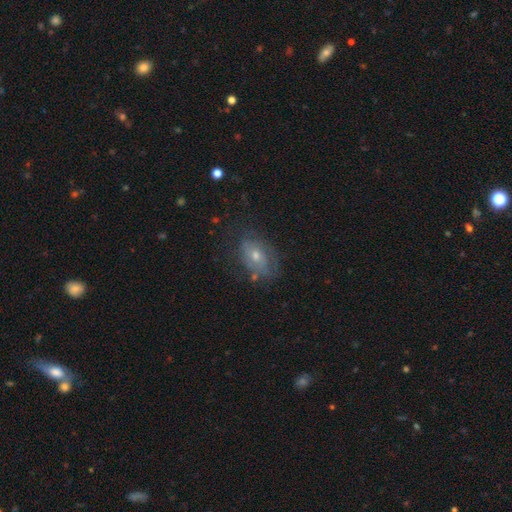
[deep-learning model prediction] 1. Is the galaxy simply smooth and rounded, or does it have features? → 48% featured or disk, 39% smooth, 13% star or artifact.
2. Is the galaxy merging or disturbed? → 64% none, 23% minor disturbance, 11% major disturbance, 2% merger.